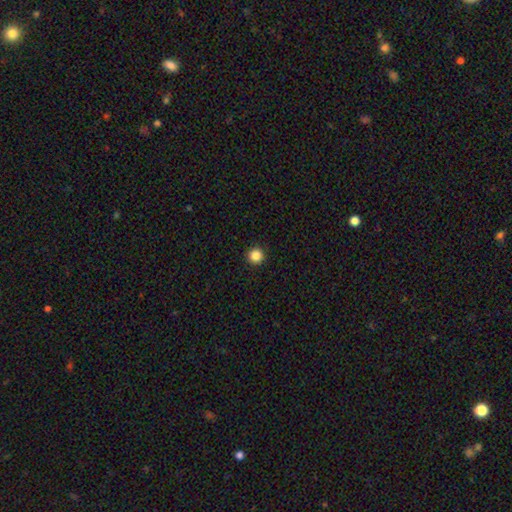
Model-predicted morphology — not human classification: The model was most divided on "smooth or featured": smooth: 86%, star or artifact: 11%, featured or disk: 3%. More confident: how rounded — round (96%); merging — none (94%).